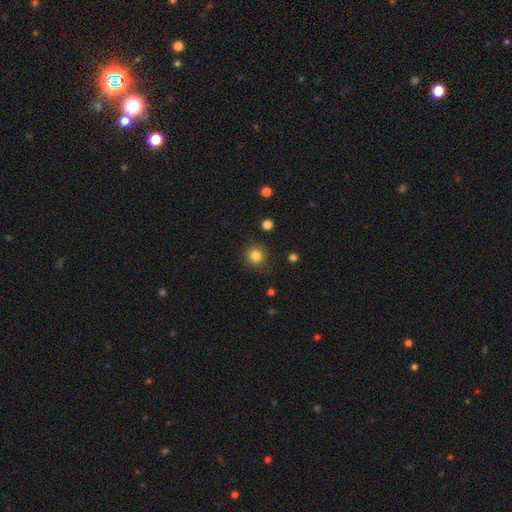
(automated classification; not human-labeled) Smooth or featured?
  - smooth: 83% *
  - star or artifact: 12%
  - featured or disk: 5%
How rounded?
  - round: 93% *
  - in between: 6%
  - cigar-shaped: 1%
Merging?
  - none: 87% *
  - minor disturbance: 8%
  - major disturbance: 3%
  - merger: 2%